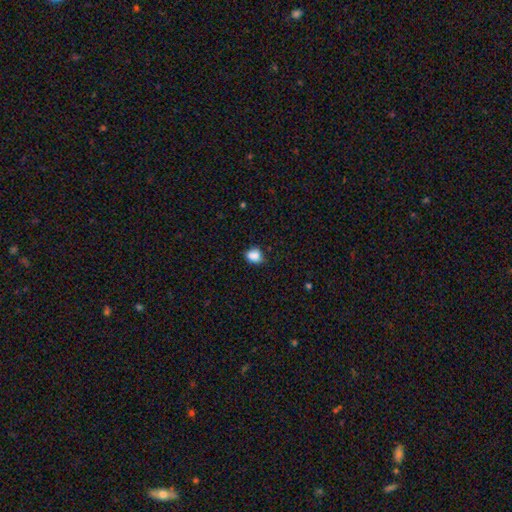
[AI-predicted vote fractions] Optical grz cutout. It shows a smooth galaxy with no disk features (80%) that is round (54%). Merging: none (53%).